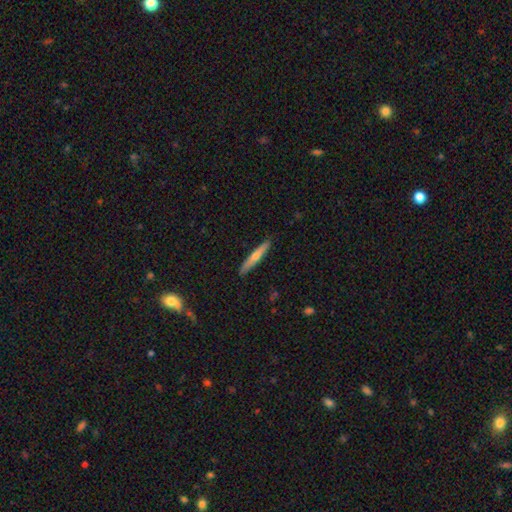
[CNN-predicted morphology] type=smooth (50%); roundness=cigar-shaped (94%); merging=none (91%).